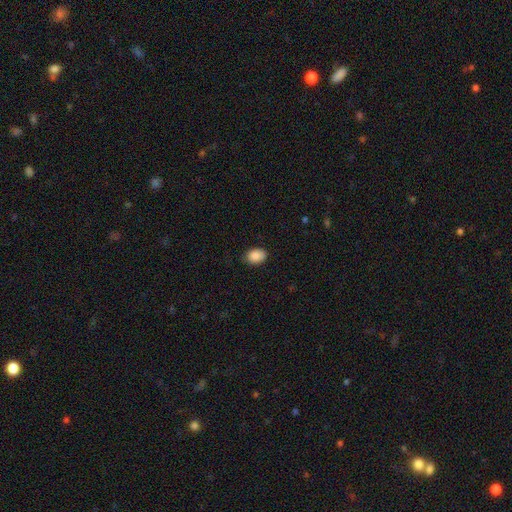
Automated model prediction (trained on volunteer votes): This appears to be a smooth galaxy with no disk features (88%) that is in between round and cigar-shaped (76%). Merging: none (82%).